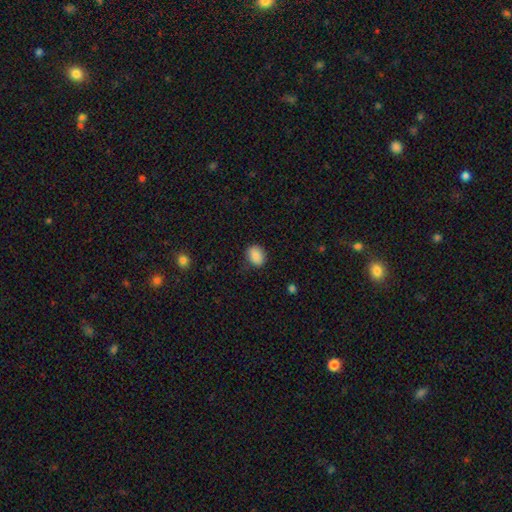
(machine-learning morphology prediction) The model was most divided on "how rounded": in between: 59%, round: 40%, cigar-shaped: 1%. More confident: smooth or featured — smooth (88%); merging — none (83%).